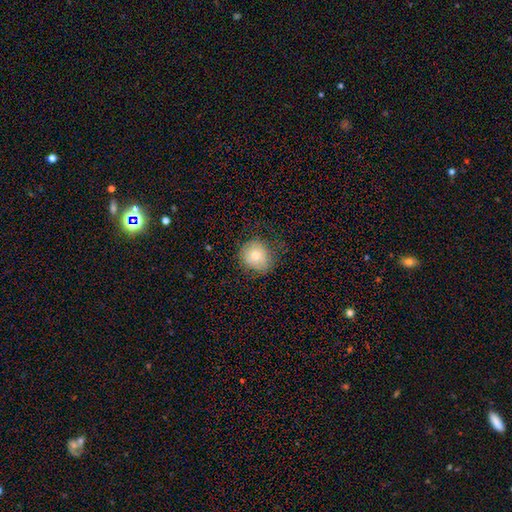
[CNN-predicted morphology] A smooth galaxy with no disk features (75%) that is round (83%).

Vote fractions:
- Smooth or featured? smooth: 75% / featured or disk: 15% / star or artifact: 10%
- How rounded? round: 83% / in between: 16% / cigar-shaped: 1%
- Merging? none: 72% / minor disturbance: 19% / major disturbance: 7% / merger: 1%